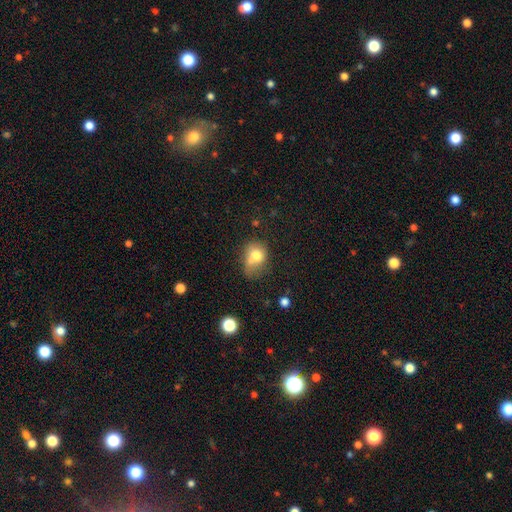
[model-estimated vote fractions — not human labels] Smooth or featured: smooth — 73% (featured or disk — 17%)
How rounded: in between — 50% (round — 49%)
Merging: merger — 35% (none — 27%)